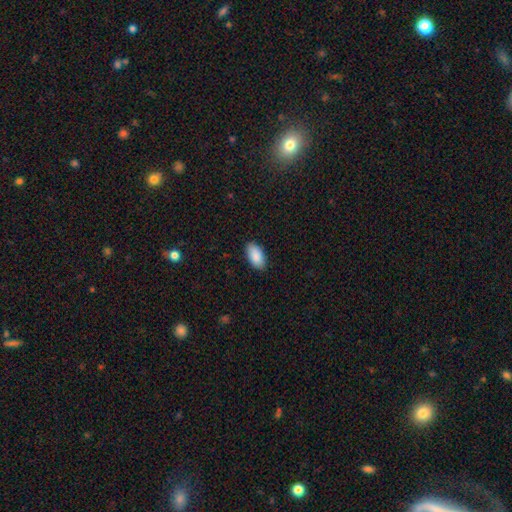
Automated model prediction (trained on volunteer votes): A smooth galaxy with no disk features (90%) that is in between round and cigar-shaped (95%). Merging: none (87%).